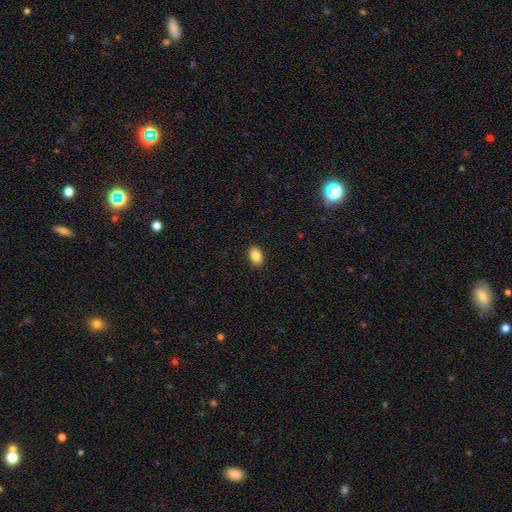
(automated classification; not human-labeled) This appears to be a smooth galaxy with no disk features (86%) that is in between round and cigar-shaped (87%). Merging: none (90%).